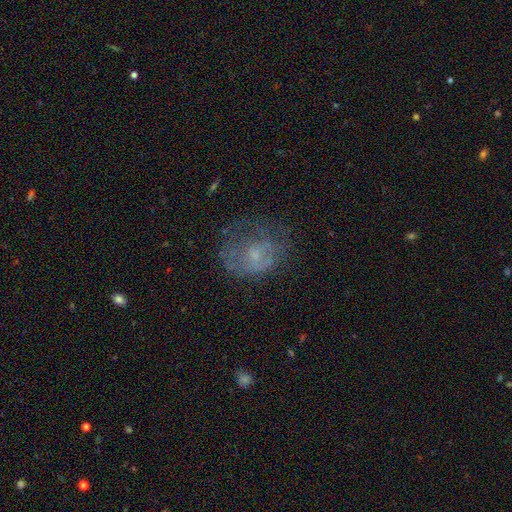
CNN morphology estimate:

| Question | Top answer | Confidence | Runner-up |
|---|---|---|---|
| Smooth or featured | featured or disk | 48% | smooth (38%) |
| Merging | none | 45% | major disturbance (30%) |